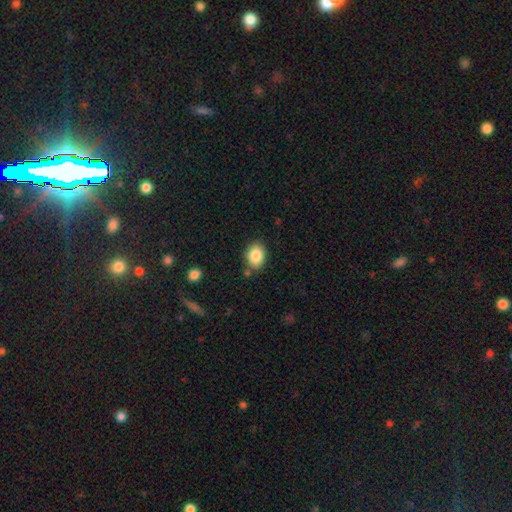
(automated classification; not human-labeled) Smooth or featured? Predicted: smooth (p=0.86). How rounded? Predicted: in between (p=0.66). Merging? Predicted: none (p=0.80).